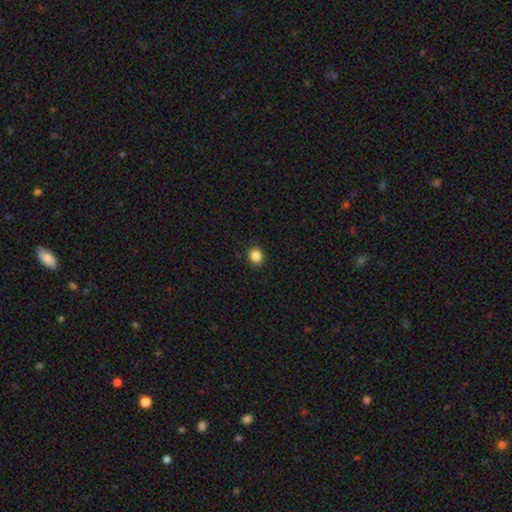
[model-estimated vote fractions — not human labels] A smooth galaxy with no disk features (86%) that is round (78%).

Vote fractions:
- Smooth or featured? smooth: 86% / star or artifact: 10% / featured or disk: 3%
- How rounded? round: 78% / in between: 21% / cigar-shaped: 1%
- Merging? none: 91% / minor disturbance: 6% / major disturbance: 2% / merger: 1%